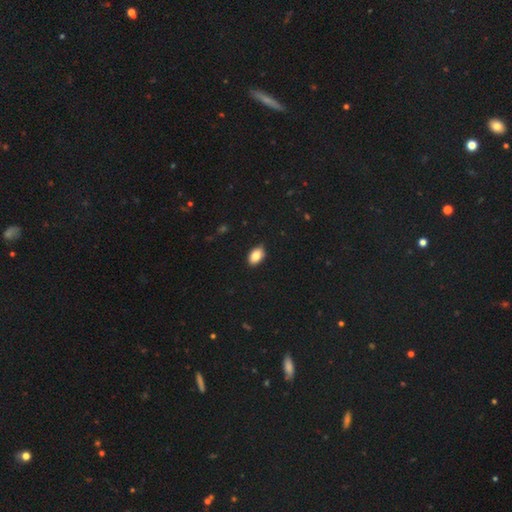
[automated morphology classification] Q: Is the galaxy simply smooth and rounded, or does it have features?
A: smooth — 84%.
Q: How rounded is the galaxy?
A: in between — 90%.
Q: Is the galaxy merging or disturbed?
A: none — 87%.